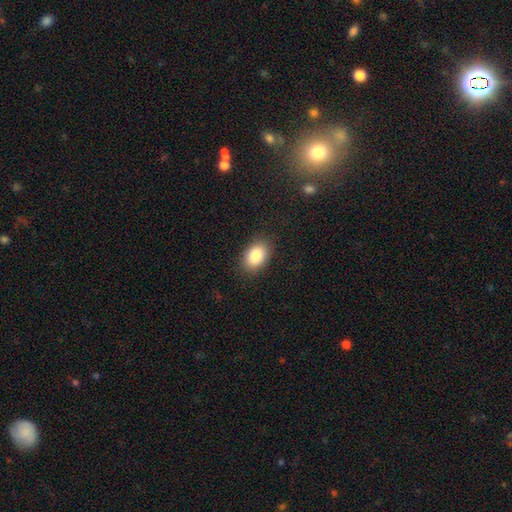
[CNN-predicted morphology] Smooth or featured? smooth (86%)
How rounded? in between (82%)
Merging? none (86%)